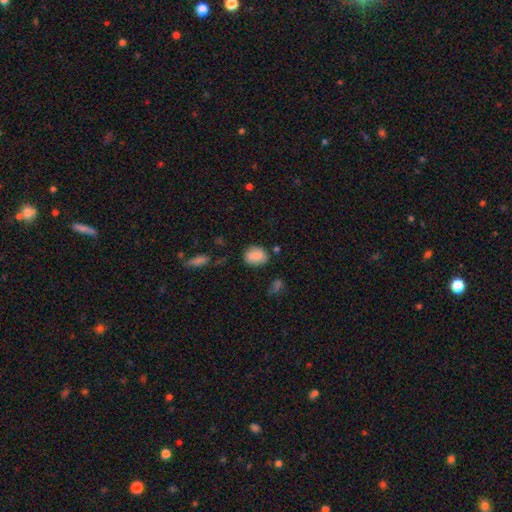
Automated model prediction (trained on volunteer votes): A smooth galaxy with no disk features (83%) that is in between round and cigar-shaped (65%). Merging: none (74%).